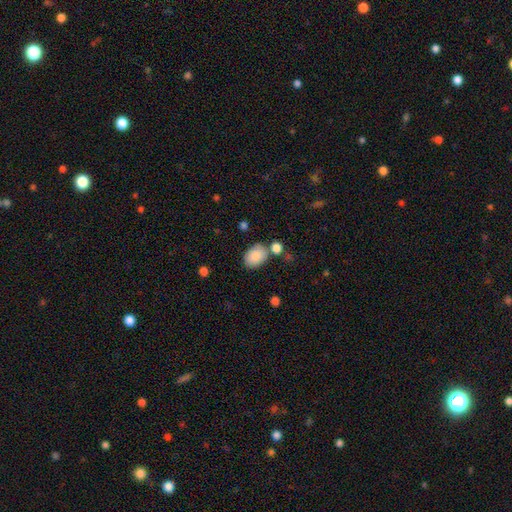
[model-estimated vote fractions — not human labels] smooth 87%, star or artifact 7%, featured or disk 6%. Down the decision tree: how rounded — in between (78%); merging — none (69%).